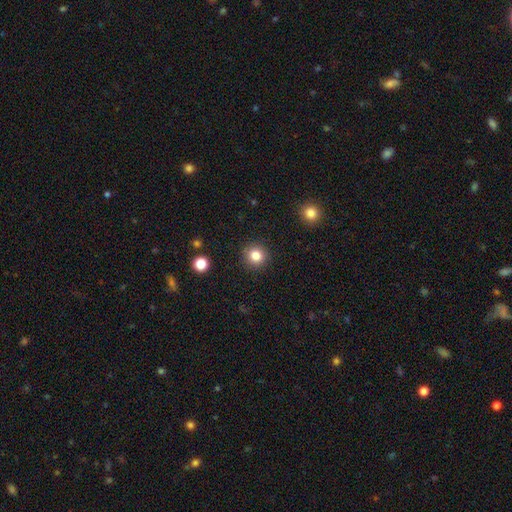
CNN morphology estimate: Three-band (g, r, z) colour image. It shows a smooth galaxy with no disk features (82%) that is round (94%). Merging: none (91%).